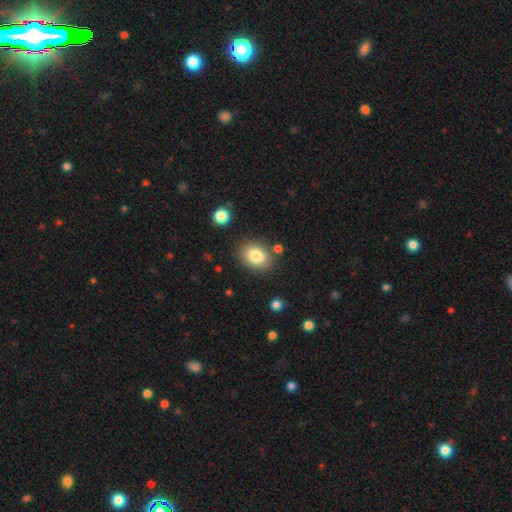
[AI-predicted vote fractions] Smooth or featured? Predicted: smooth (p=0.82). How rounded? Predicted: in between (p=0.60). Merging? Predicted: none (p=0.82).